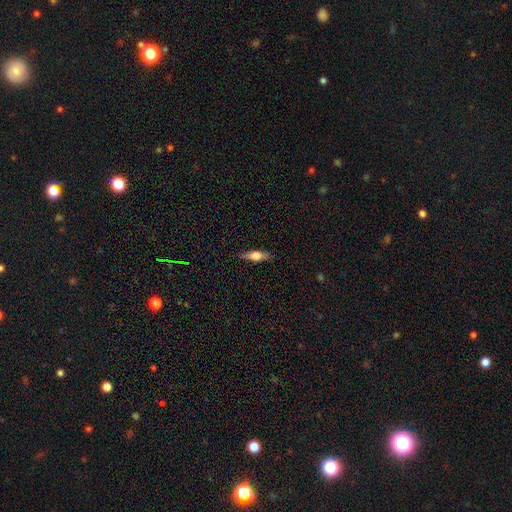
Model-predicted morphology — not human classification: Overall: featured or disk (50%; smooth 44%). Merging: none (86%).